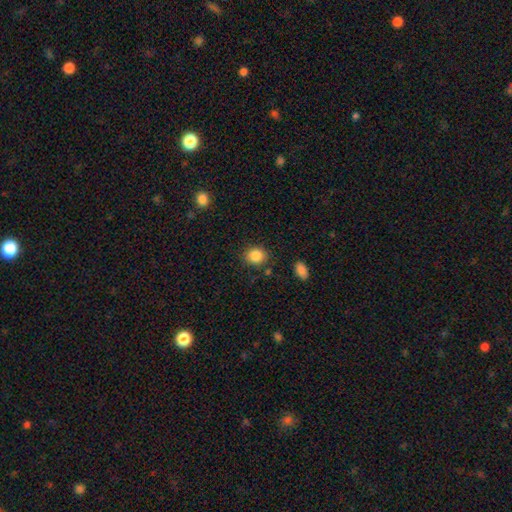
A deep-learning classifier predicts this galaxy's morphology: Smooth or featured: smooth — 86% (star or artifact — 10%)
How rounded: round — 74% (in between — 25%)
Merging: none — 84% (minor disturbance — 10%)